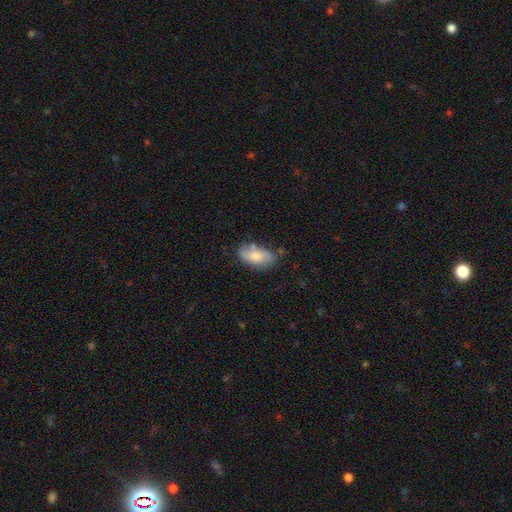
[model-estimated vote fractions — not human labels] smooth 72%, featured or disk 21%, star or artifact 7%. Down the decision tree: how rounded — in between (92%); merging — none (59%).